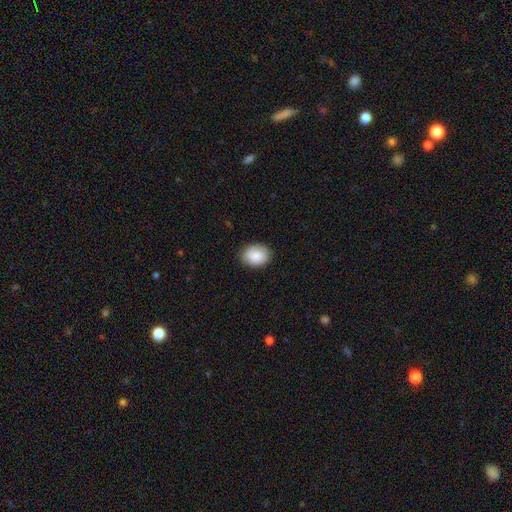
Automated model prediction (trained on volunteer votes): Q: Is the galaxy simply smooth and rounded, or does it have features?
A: smooth — 86%.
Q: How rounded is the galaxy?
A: in between — 58%.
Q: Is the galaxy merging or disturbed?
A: none — 84%.